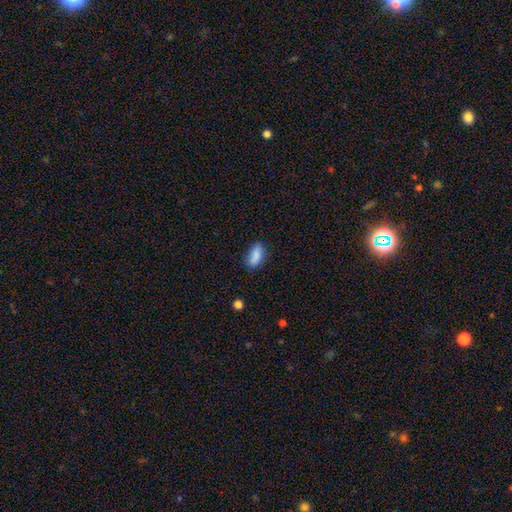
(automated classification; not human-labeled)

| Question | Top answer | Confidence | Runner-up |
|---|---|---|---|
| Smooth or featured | smooth | 87% | star or artifact (7%) |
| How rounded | in between | 83% | cigar-shaped (14%) |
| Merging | none | 78% | minor disturbance (17%) |